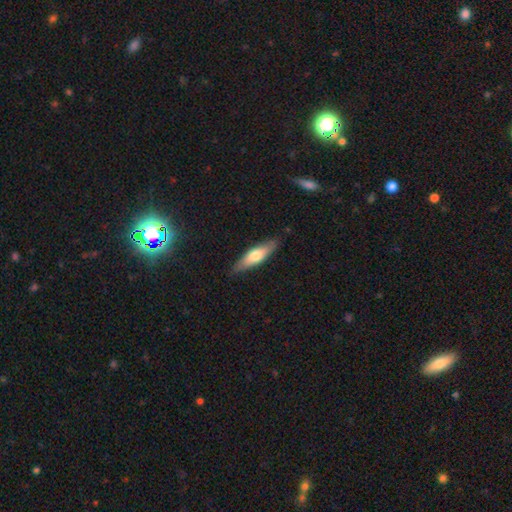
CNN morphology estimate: type=smooth (58%); roundness=cigar-shaped (59%); merging=none (84%).